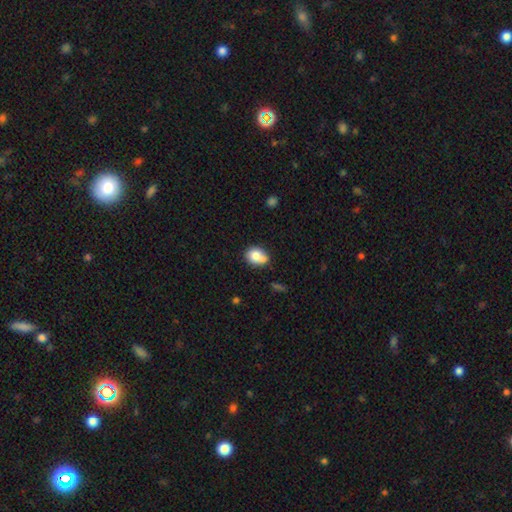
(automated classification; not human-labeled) Smooth or featured?
  - smooth: 78% *
  - featured or disk: 13%
  - star or artifact: 9%
How rounded?
  - in between: 51% *
  - round: 47%
  - cigar-shaped: 1%
Merging?
  - none: 49% *
  - merger: 23%
  - minor disturbance: 22%
  - major disturbance: 7%